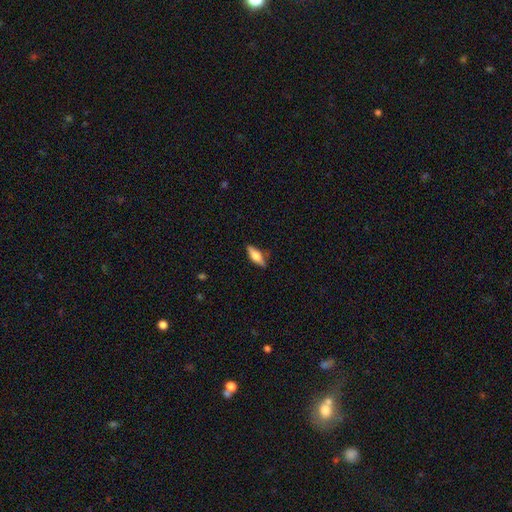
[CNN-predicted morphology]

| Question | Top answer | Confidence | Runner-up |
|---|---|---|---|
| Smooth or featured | smooth | 55% | featured or disk (38%) |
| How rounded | in between | 58% | cigar-shaped (39%) |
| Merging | none | 81% | minor disturbance (15%) |